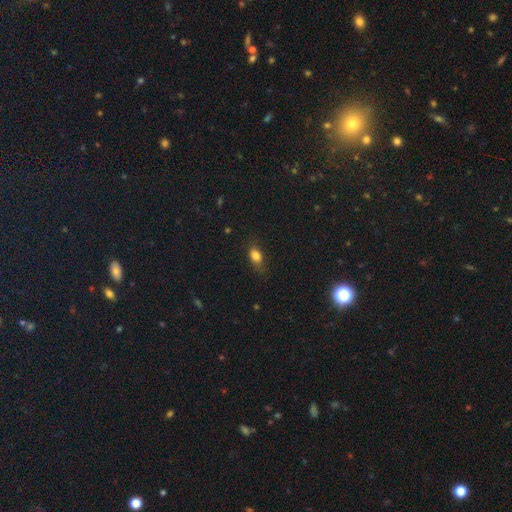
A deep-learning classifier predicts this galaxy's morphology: This is clearly a smooth galaxy (81%). How rounded: likely in between (79%). Merging: likely none (69%).